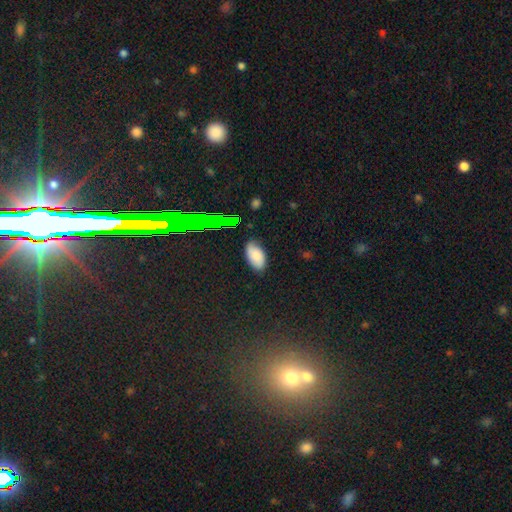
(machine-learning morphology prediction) type=smooth (77%); roundness=in between (94%); merging=none (77%).